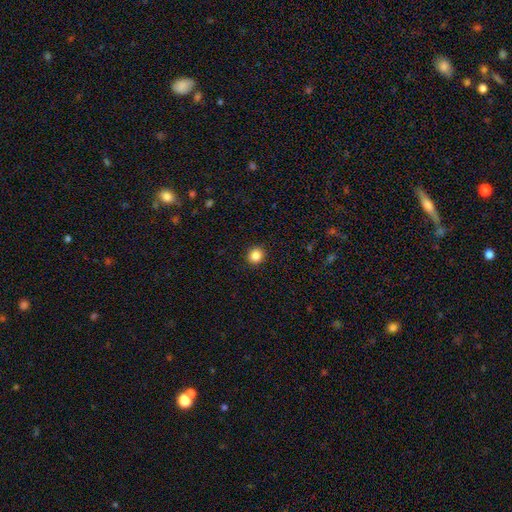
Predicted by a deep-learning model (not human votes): A smooth galaxy with no disk features (86%) that is round (89%).

Vote fractions:
- Smooth or featured? smooth: 86% / star or artifact: 10% / featured or disk: 4%
- How rounded? round: 89% / in between: 10% / cigar-shaped: 1%
- Merging? none: 92% / minor disturbance: 5% / major disturbance: 2% / merger: 1%